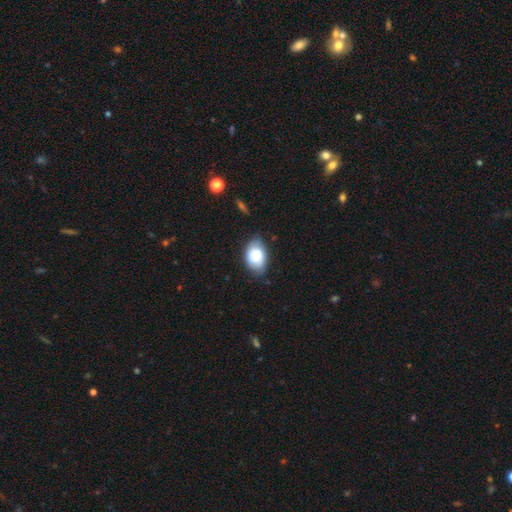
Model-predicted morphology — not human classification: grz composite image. It shows a smooth galaxy with no disk features (77%) that is in between round and cigar-shaped (86%). Merging: none (72%).